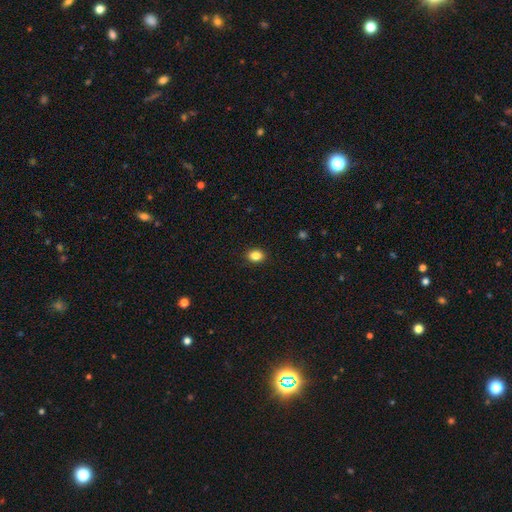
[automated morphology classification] Smooth or featured? smooth (85%)
How rounded? in between (50%)
Merging? none (91%)